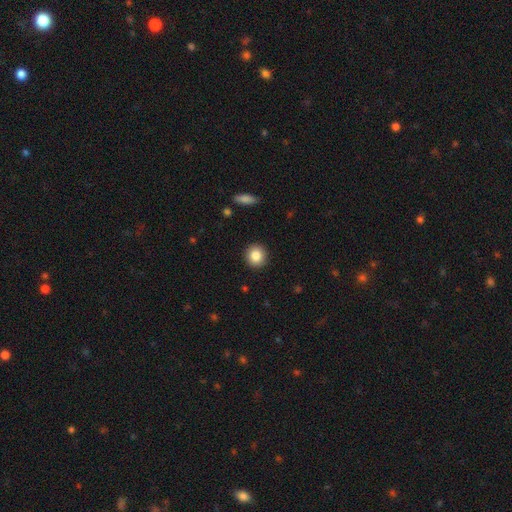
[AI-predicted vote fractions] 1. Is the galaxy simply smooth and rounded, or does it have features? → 85% smooth, 9% star or artifact, 6% featured or disk.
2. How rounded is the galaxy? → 91% round, 8% in between, 1% cigar-shaped.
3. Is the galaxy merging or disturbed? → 92% none, 5% minor disturbance, 2% major disturbance, 1% merger.